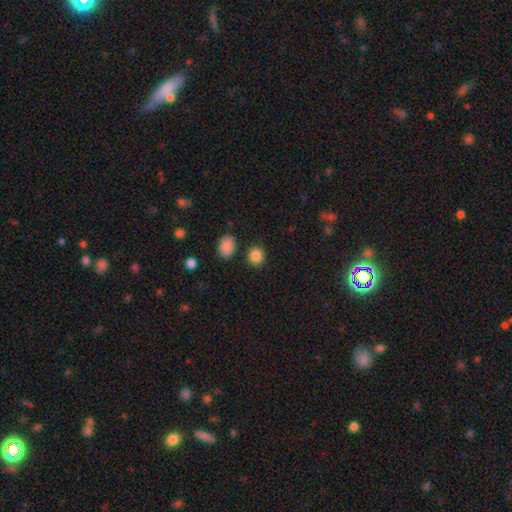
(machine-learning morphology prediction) smooth 86%, star or artifact 10%, featured or disk 4%. Down the decision tree: how rounded — round (81%); merging — none (86%).